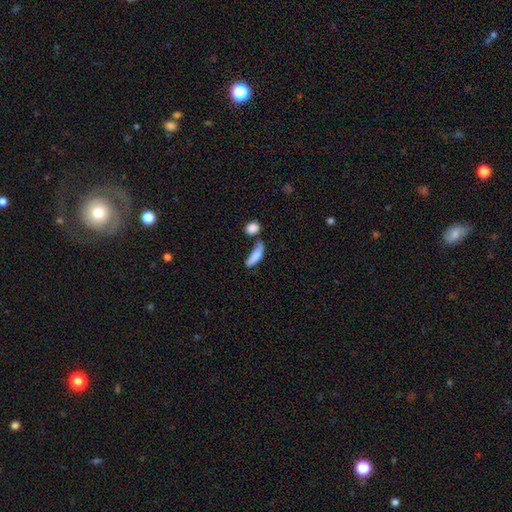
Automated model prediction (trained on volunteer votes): smooth_or_featured: smooth (p=0.78) [alt: featured or disk p=0.15]
how_rounded: in between (p=0.53) [alt: cigar-shaped p=0.43]
merging: none (p=0.38) [alt: merger p=0.27]